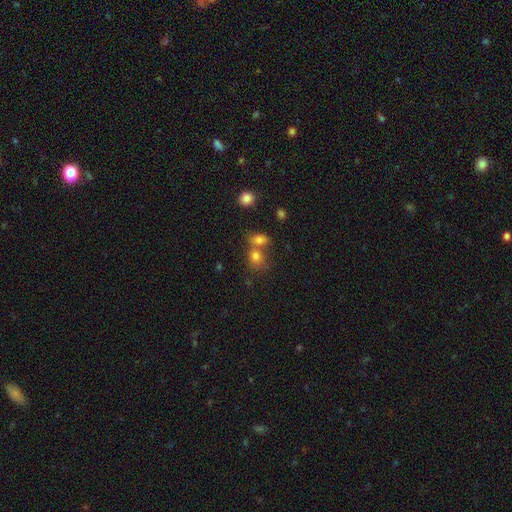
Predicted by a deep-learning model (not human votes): Smooth or featured? smooth (69%)
How rounded? round (59%)
Merging? merger (45%)